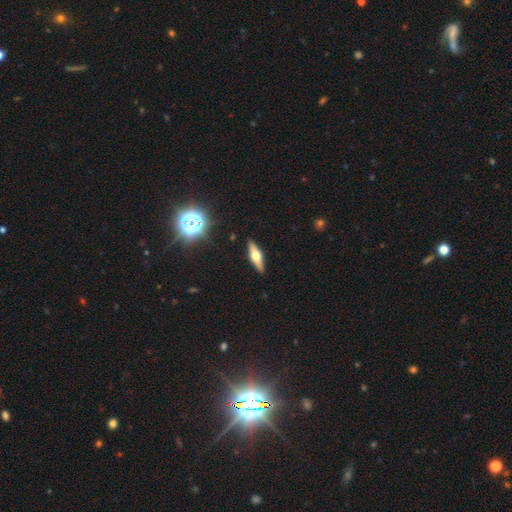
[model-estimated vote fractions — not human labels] Smooth or featured?
  - featured or disk: 60% *
  - smooth: 31%
  - star or artifact: 9%
Edge-on disk?
  - yes: 94% *
  - no: 6%
Edge-on bulge?
  - rounded: 94% *
  - boxy: 4%
  - none: 2%
Merging?
  - none: 90% *
  - minor disturbance: 7%
  - major disturbance: 2%
  - merger: 1%